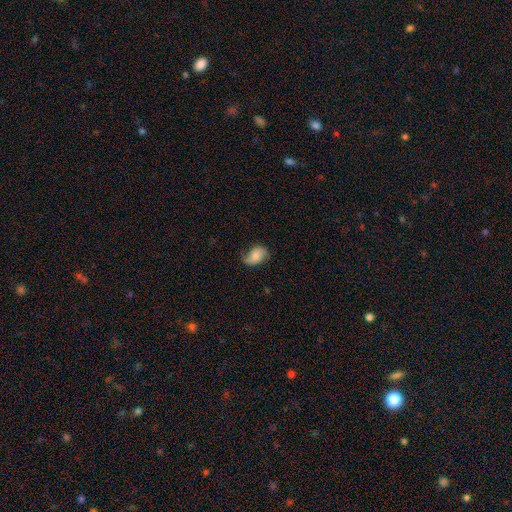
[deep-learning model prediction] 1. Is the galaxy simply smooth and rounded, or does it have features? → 55% smooth, 37% featured or disk, 8% star or artifact.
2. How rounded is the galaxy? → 82% in between, 16% round, 1% cigar-shaped.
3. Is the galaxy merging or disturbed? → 63% none, 27% minor disturbance, 9% major disturbance, 1% merger.